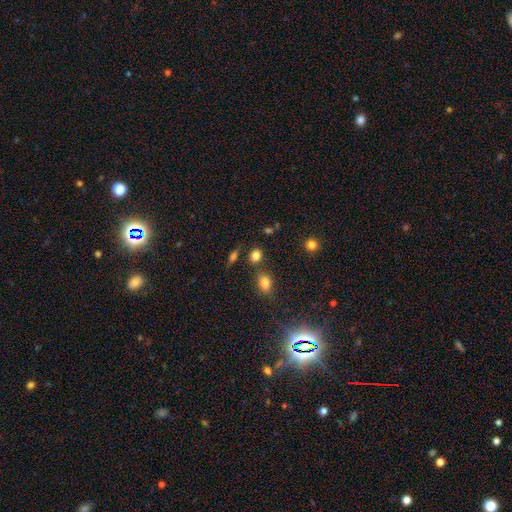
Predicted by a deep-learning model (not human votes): The model was most divided on "how rounded": in between: 50%, round: 47%, cigar-shaped: 3%. More confident: smooth or featured — smooth (80%); merging — none (72%).